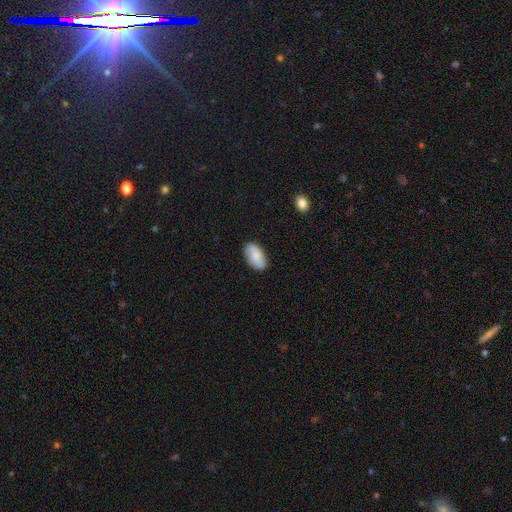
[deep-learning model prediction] Smooth or featured? smooth (84%)
How rounded? in between (94%)
Merging? none (85%)